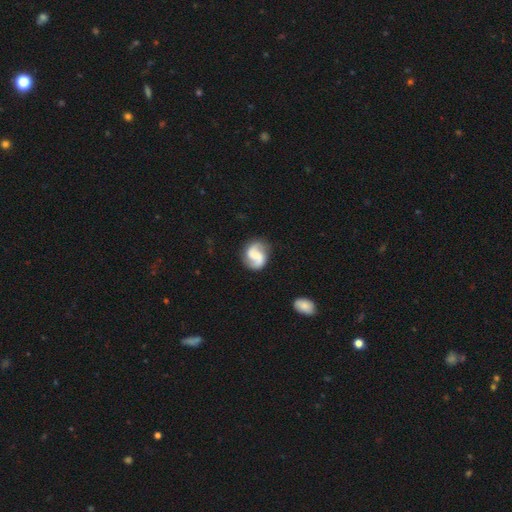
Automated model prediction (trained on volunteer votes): A featured or disk galaxy (78%) with no bar (43%), 2 (91%) medium (44%) spiral arms (96%) and no central bulge (42%). Merging: none (77%).